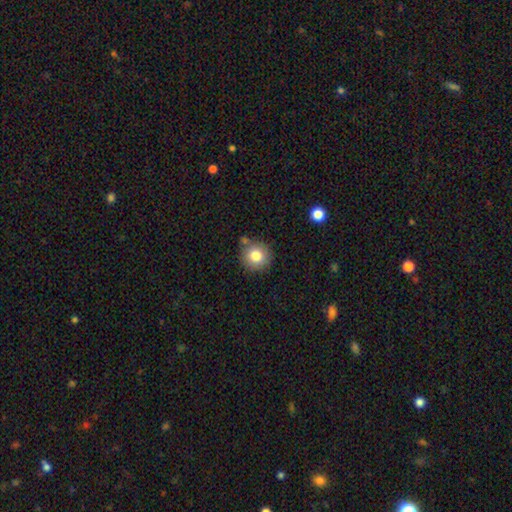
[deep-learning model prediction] This is clearly a smooth galaxy (81%). How rounded: clearly round (92%). Merging: likely none (77%).